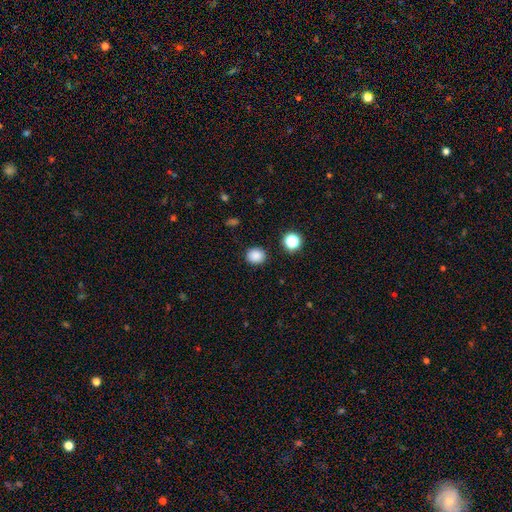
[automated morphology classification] smooth-or-featured: smooth: 85% | star or artifact: 12% | featured or disk: 3%
  how-rounded: round: 77% | in between: 22% | cigar-shaped: 1%
  merging: none: 88% | minor disturbance: 7% | major disturbance: 2% | merger: 2%